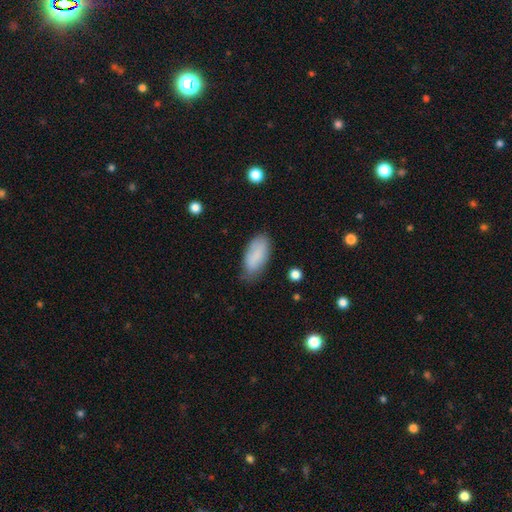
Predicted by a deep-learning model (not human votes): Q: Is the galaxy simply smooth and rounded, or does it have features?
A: smooth — 84%.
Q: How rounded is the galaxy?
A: in between — 90%.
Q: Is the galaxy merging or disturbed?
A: none — 69%.